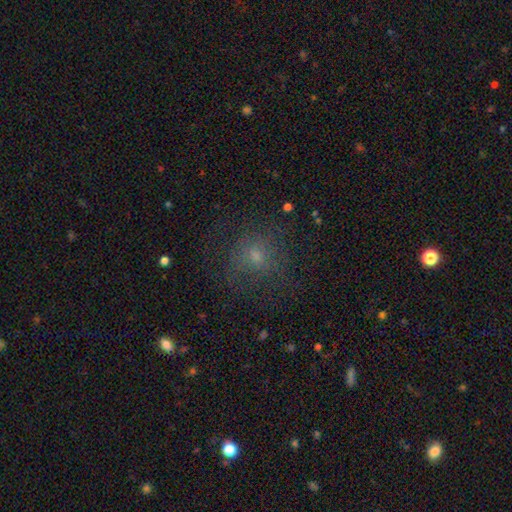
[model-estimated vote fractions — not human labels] Q: Smooth or featured?
A: smooth (57%); runner-up: featured or disk (22%)
Q: How rounded?
A: round (81%); runner-up: in between (18%)
Q: Merging?
A: none (68%); runner-up: minor disturbance (16%)